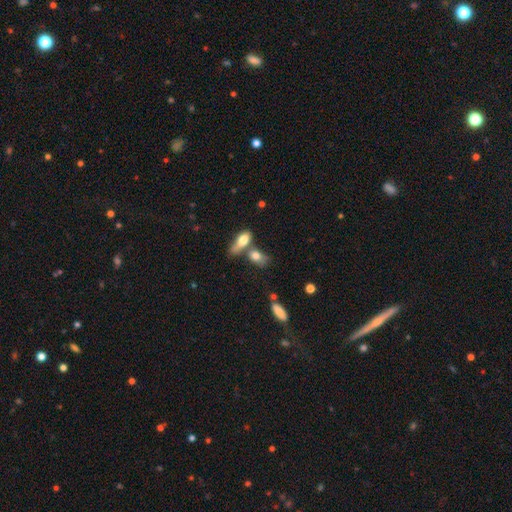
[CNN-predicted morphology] Smooth or featured? Predicted: smooth (p=0.75). How rounded? Predicted: in between (p=0.76). Merging? Predicted: merger (p=0.49).